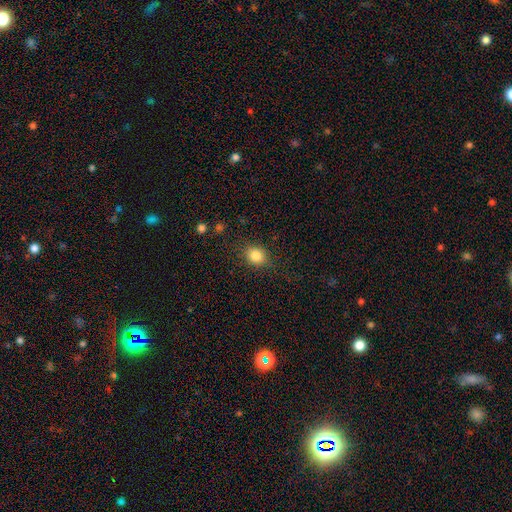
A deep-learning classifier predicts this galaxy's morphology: type=smooth (83%); roundness=round (61%); merging=none (82%).